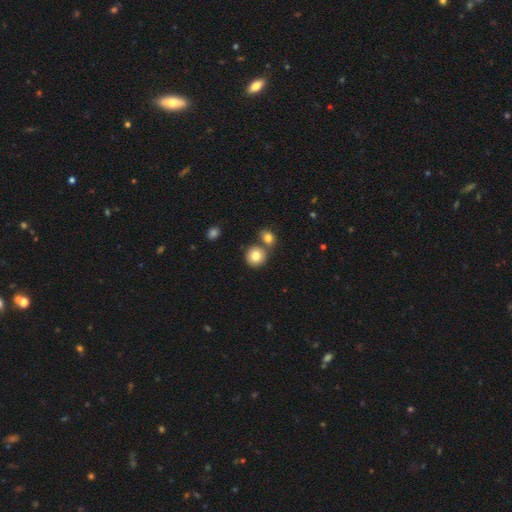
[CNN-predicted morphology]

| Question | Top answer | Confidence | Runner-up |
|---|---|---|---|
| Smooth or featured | smooth | 81% | featured or disk (10%) |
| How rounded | round | 87% | in between (12%) |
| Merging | none | 62% | merger (28%) |